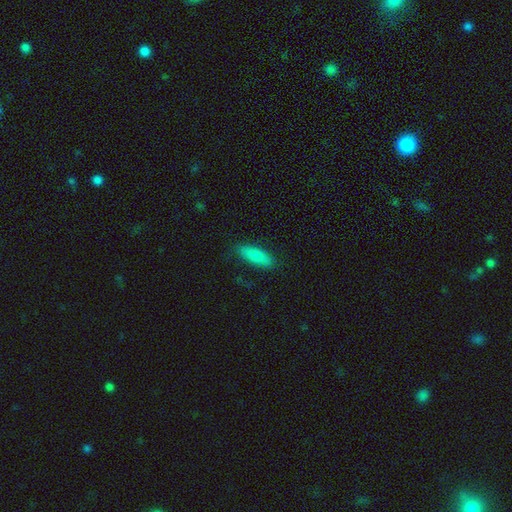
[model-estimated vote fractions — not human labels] Smooth or featured?
  - smooth: 82% *
  - featured or disk: 11%
  - star or artifact: 7%
How rounded?
  - in between: 61% *
  - cigar-shaped: 37%
  - round: 2%
Merging?
  - none: 82% *
  - minor disturbance: 14%
  - major disturbance: 3%
  - merger: 1%